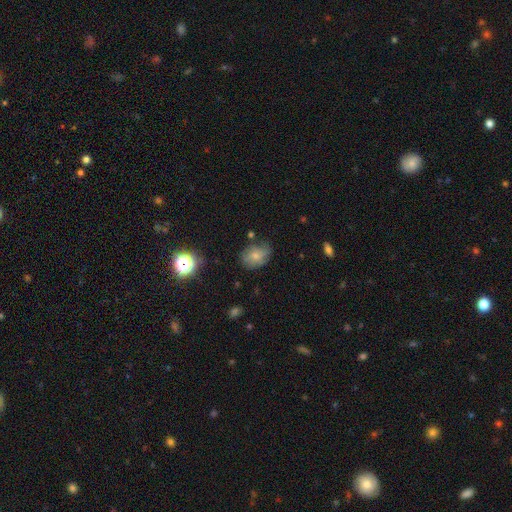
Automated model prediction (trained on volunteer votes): The model was most divided on "how rounded": in between: 63%, round: 36%, cigar-shaped: 1%. More confident: smooth or featured — smooth (65%); merging — none (62%).